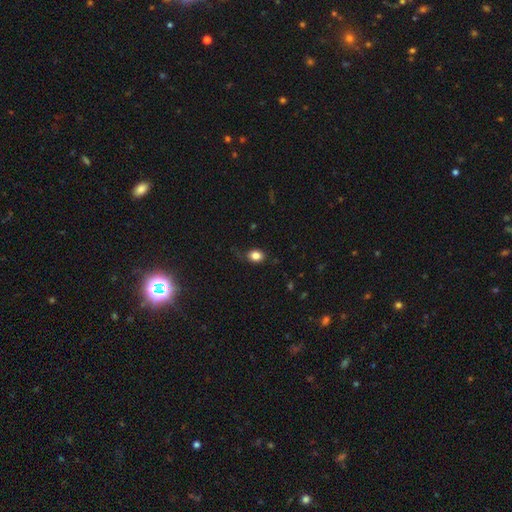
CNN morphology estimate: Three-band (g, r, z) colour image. It shows a smooth galaxy with no disk features (83%) that is in between round and cigar-shaped (55%). Merging: none (72%).